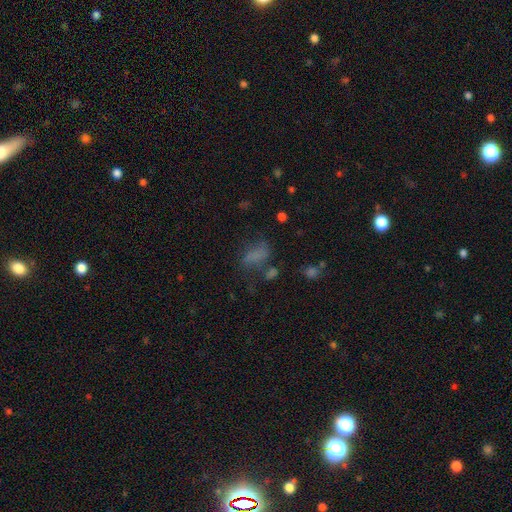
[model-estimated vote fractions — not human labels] A smooth galaxy with no disk features (60%) that is in between round and cigar-shaped (81%). Merging: none (37%).